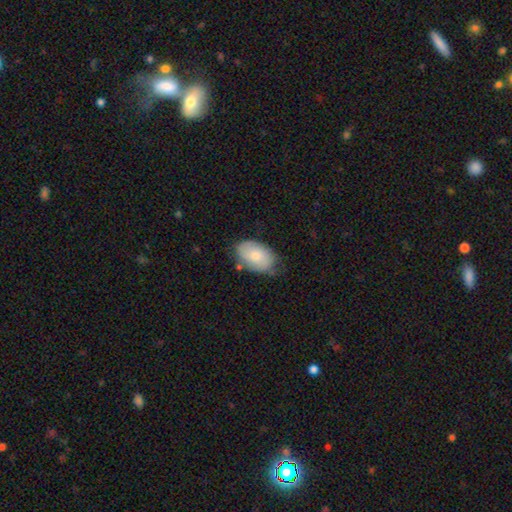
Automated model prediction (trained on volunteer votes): smooth-or-featured: smooth: 75% | featured or disk: 19% | star or artifact: 6%
  how-rounded: in between: 92% | round: 7% | cigar-shaped: 1%
  merging: none: 69% | minor disturbance: 23% | major disturbance: 5% | merger: 3%